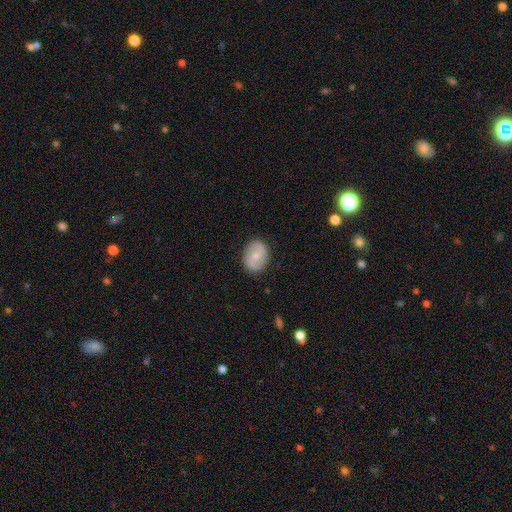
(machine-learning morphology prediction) The model was most divided on "how rounded": in between: 51%, round: 47%, cigar-shaped: 1%. More confident: merging — none (85%); smooth or featured — smooth (51%).